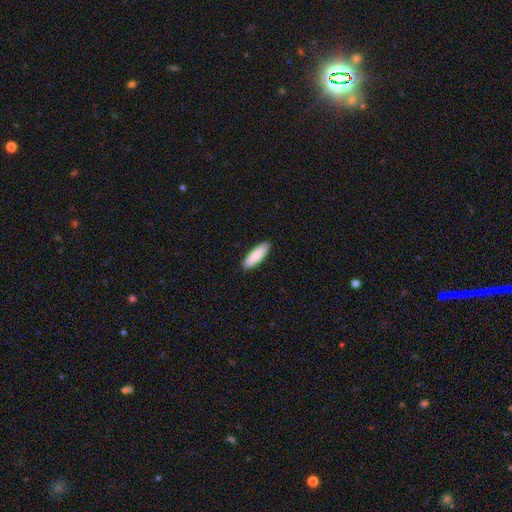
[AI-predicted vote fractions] smooth-or-featured: smooth: 89% | featured or disk: 6% | star or artifact: 5%
  how-rounded: cigar-shaped: 50% | in between: 49% | round: 1%
  merging: none: 91% | minor disturbance: 7% | major disturbance: 1% | merger: 1%